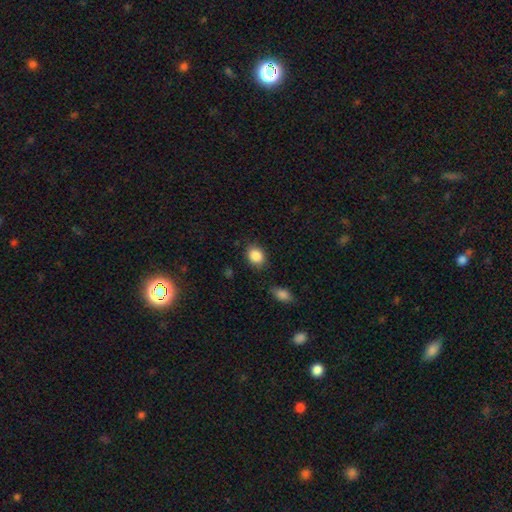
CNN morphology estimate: This appears to be a smooth galaxy with no disk features (88%) that is in between round and cigar-shaped (56%). Merging: none (82%).